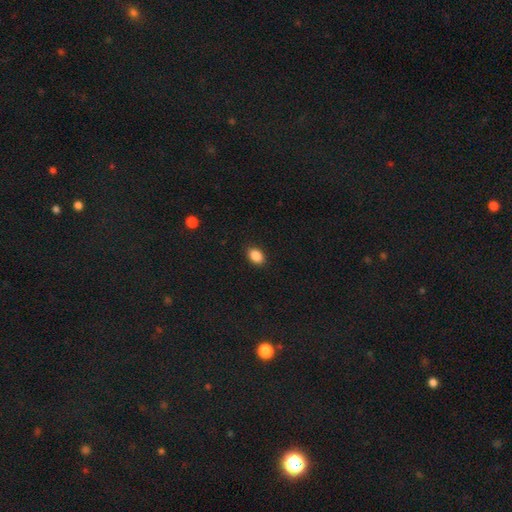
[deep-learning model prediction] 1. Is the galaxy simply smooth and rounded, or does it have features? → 88% smooth, 9% star or artifact, 3% featured or disk.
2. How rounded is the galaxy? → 83% in between, 16% round, 1% cigar-shaped.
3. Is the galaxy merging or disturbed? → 89% none, 8% minor disturbance, 2% major disturbance, 1% merger.